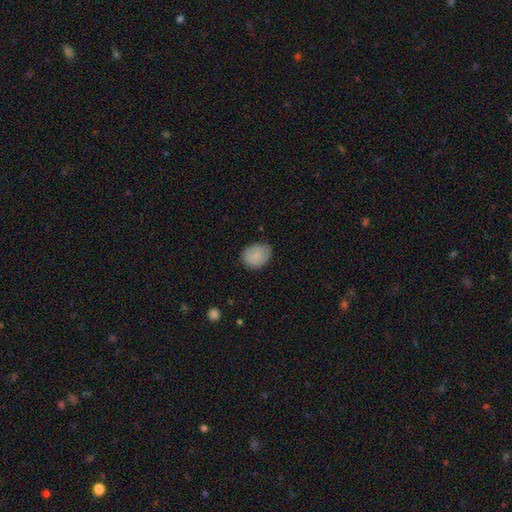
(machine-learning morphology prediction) A smooth galaxy with no disk features (85%) that is in between round and cigar-shaped (51%).

Vote fractions:
- Smooth or featured? smooth: 85% / featured or disk: 8% / star or artifact: 7%
- How rounded? in between: 51% / round: 48% / cigar-shaped: 1%
- Merging? none: 72% / minor disturbance: 22% / major disturbance: 4% / merger: 1%